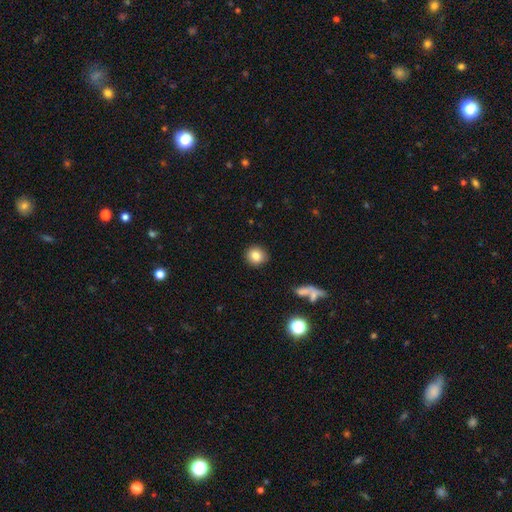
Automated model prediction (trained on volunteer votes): This is clearly a smooth galaxy (83%). How rounded: clearly round (85%). Merging: clearly none (88%).